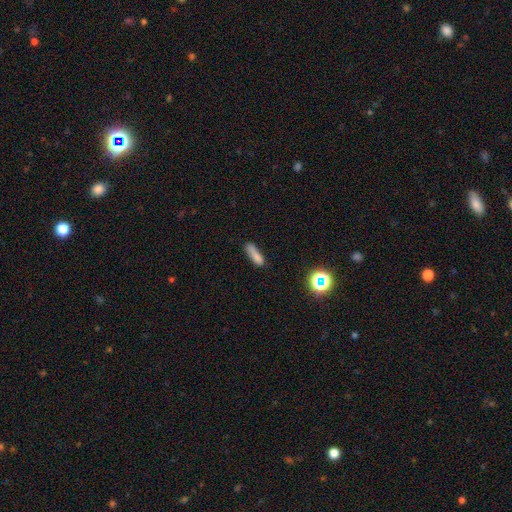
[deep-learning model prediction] Morphology: type=smooth (80%); roundness=cigar-shaped (63%); merging=none (60%).